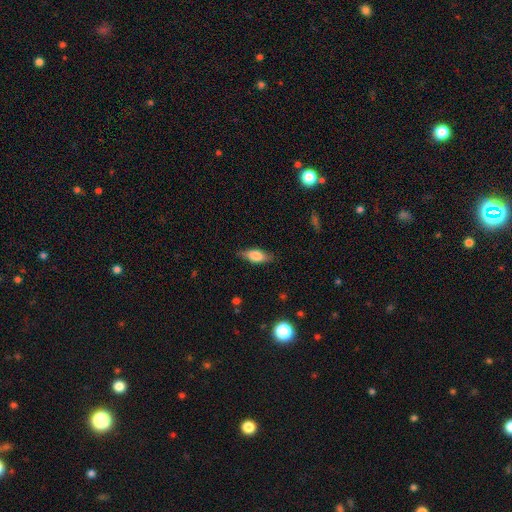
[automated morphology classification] This is likely a smooth galaxy (71%). How rounded: likely in between (74%). Merging: clearly none (82%).